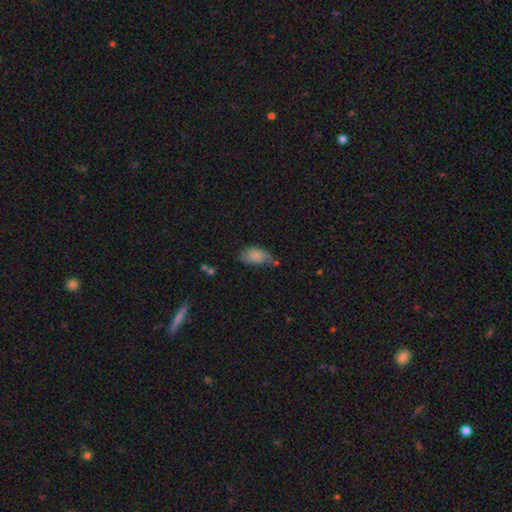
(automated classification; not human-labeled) A smooth galaxy with no disk features (72%) that is in between round and cigar-shaped (92%). Merging: minor disturbance (38%).